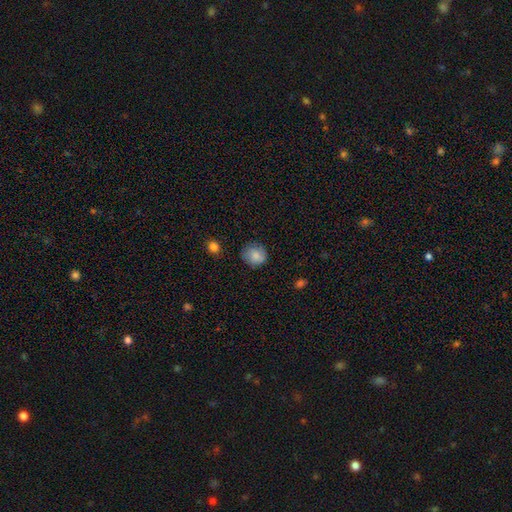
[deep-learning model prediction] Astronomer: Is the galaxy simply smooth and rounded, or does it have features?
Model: smooth — 82%.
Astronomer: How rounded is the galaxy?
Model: round — 83%.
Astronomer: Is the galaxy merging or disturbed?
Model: none — 78%.